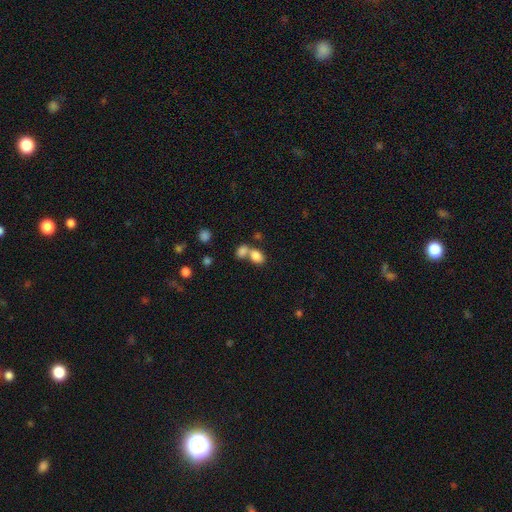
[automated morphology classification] smooth 83%, star or artifact 9%, featured or disk 8%. Down the decision tree: how rounded — in between (79%); merging — merger (54%).